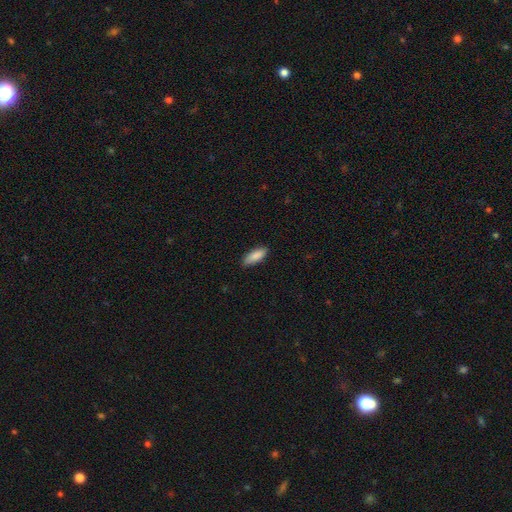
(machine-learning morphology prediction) A smooth galaxy with no disk features (89%) that is in between round and cigar-shaped (73%).

Vote fractions:
- Smooth or featured? smooth: 89% / star or artifact: 6% / featured or disk: 6%
- How rounded? in between: 73% / cigar-shaped: 25% / round: 2%
- Merging? none: 86% / minor disturbance: 11% / major disturbance: 2% / merger: 1%